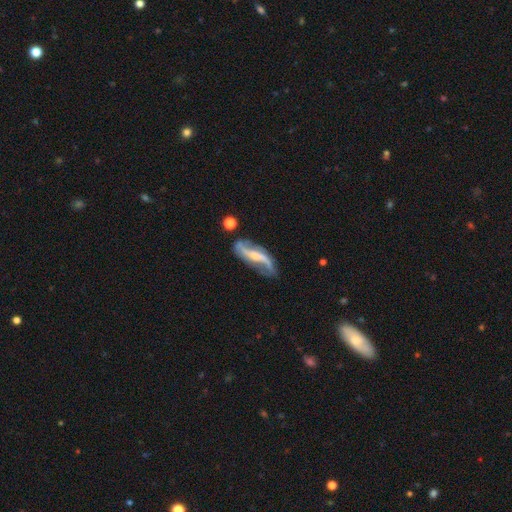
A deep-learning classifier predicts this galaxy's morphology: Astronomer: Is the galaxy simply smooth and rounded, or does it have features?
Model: featured or disk — 84%.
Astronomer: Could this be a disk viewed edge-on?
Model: no — 90%.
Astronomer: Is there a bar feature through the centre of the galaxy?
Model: weak — 37%, tied with strong at 37%.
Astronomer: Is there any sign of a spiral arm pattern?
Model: yes — 94%.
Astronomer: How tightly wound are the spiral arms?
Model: loose — 67%.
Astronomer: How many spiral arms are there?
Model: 2 — 90%.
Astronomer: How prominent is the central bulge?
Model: small — 37% (runner-up: moderate, 36%).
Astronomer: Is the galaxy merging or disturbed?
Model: none — 68%.